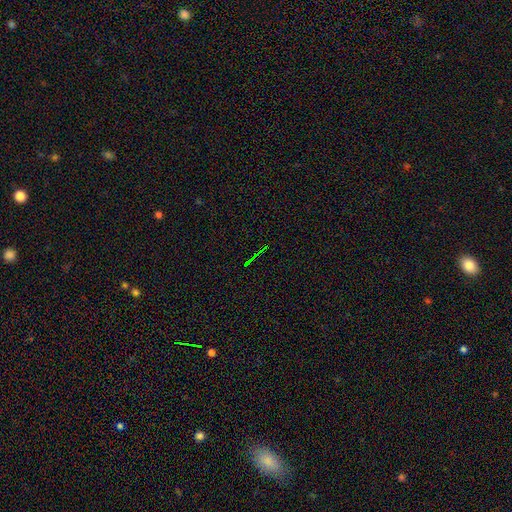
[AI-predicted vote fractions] A star or artifact, not a galaxy (76%).

Vote fractions:
- Smooth or featured? star or artifact: 76% / featured or disk: 12% / smooth: 12%